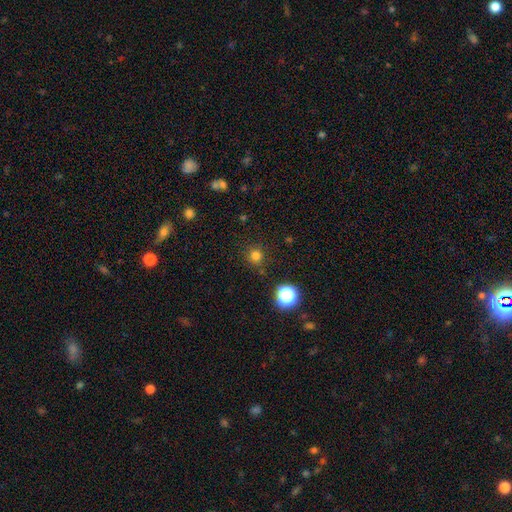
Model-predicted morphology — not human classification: smooth_or_featured: smooth (p=0.76) [alt: star or artifact p=0.19]
how_rounded: round (p=0.94) [alt: in between p=0.05]
merging: none (p=0.87) [alt: minor disturbance p=0.08]